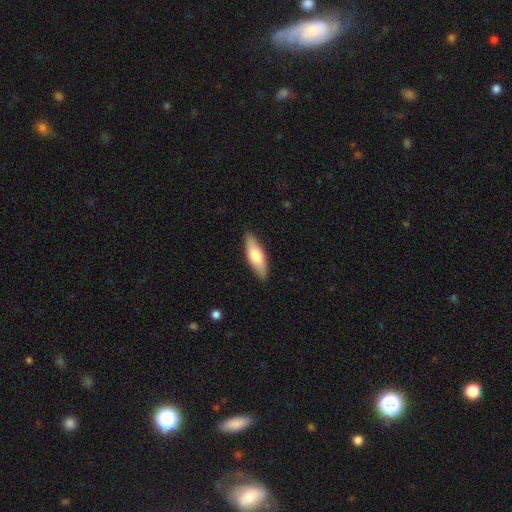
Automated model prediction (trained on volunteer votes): smooth-or-featured: smooth: 66% | featured or disk: 29% | star or artifact: 5%
  how-rounded: in between: 51% | cigar-shaped: 47% | round: 2%
  merging: none: 88% | minor disturbance: 9% | major disturbance: 2% | merger: 1%